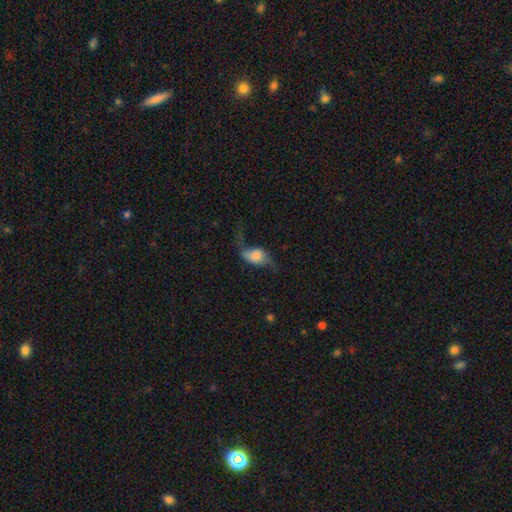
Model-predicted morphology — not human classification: This appears to be a smooth galaxy with no disk features (47%). Merging: major disturbance (39%).